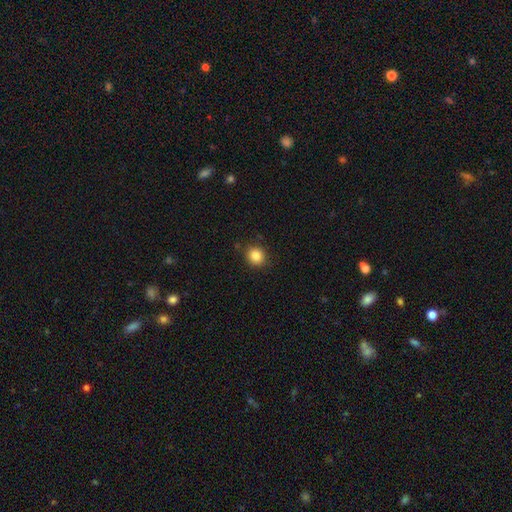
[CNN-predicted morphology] This appears to be a smooth galaxy with no disk features (85%) that is round (84%). Merging: none (88%).